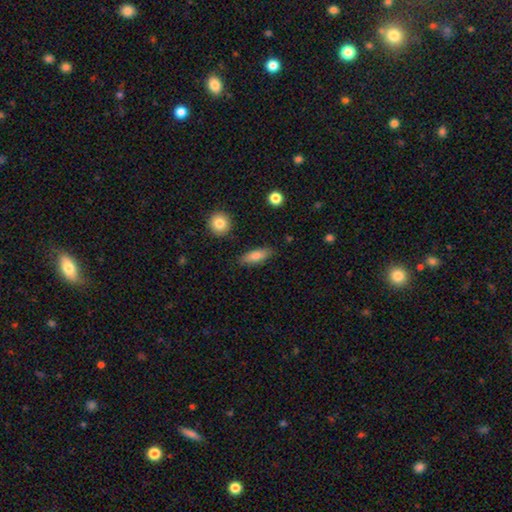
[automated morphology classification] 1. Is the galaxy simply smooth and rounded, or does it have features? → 80% smooth, 13% featured or disk, 7% star or artifact.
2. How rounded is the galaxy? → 66% in between, 31% cigar-shaped, 4% round.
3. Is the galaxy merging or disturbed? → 85% none, 11% minor disturbance, 3% major disturbance, 2% merger.